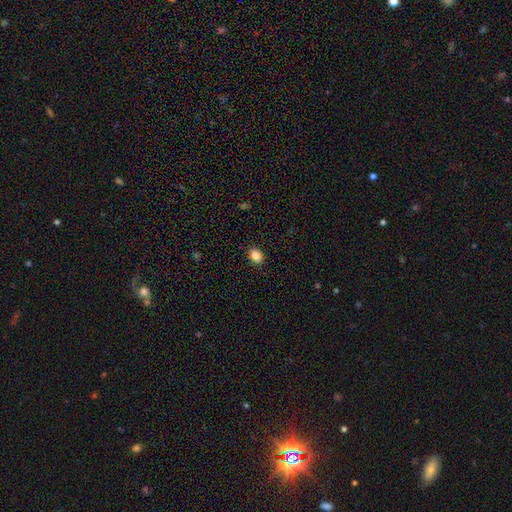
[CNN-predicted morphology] A smooth galaxy with no disk features (87%) that is in between round and cigar-shaped (69%).

Vote fractions:
- Smooth or featured? smooth: 87% / star or artifact: 9% / featured or disk: 4%
- How rounded? in between: 69% / round: 30% / cigar-shaped: 1%
- Merging? none: 89% / minor disturbance: 8% / major disturbance: 2% / merger: 1%